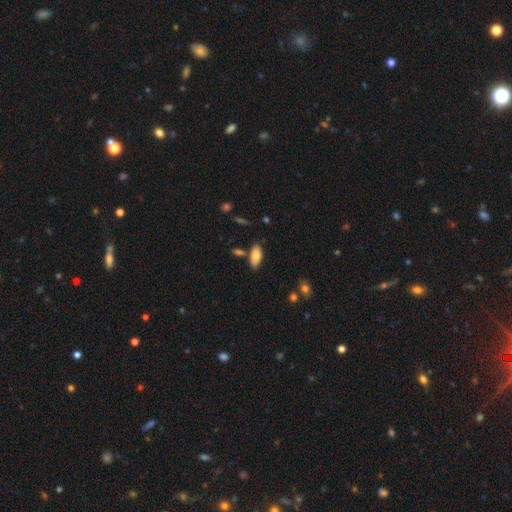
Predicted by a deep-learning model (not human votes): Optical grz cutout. It shows a smooth galaxy with no disk features (80%) that is in between round and cigar-shaped (90%). Merging: none (78%).